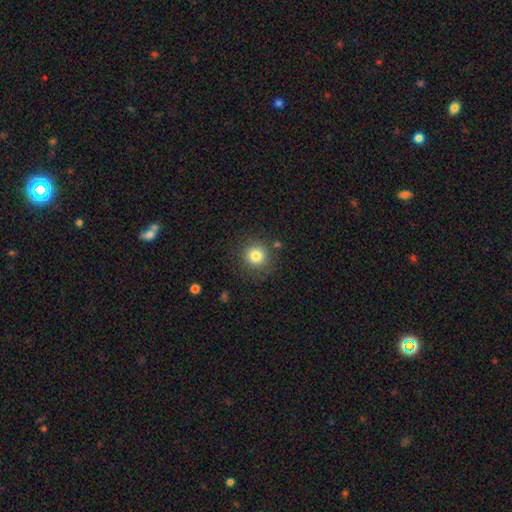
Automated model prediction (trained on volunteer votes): A smooth galaxy with no disk features (82%) that is round (92%). Merging: none (84%).